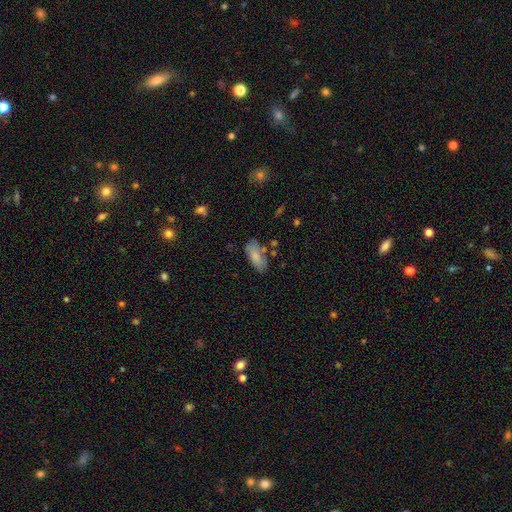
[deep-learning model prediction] smooth-or-featured: smooth: 82% | featured or disk: 11% | star or artifact: 6%
  how-rounded: in between: 85% | cigar-shaped: 12% | round: 2%
  merging: none: 70% | minor disturbance: 20% | merger: 6% | major disturbance: 5%